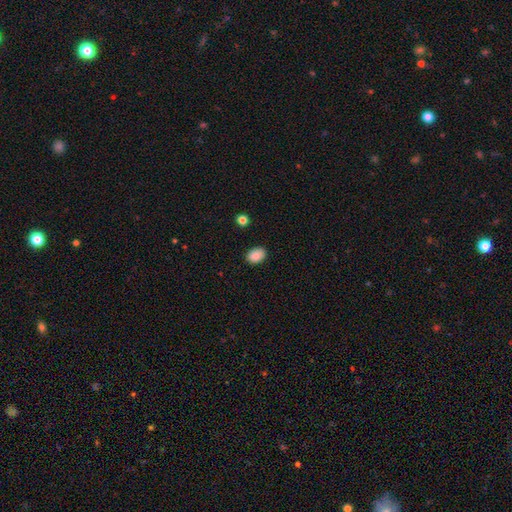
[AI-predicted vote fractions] A smooth galaxy with no disk features (88%) that is in between round and cigar-shaped (79%). Merging: none (85%).